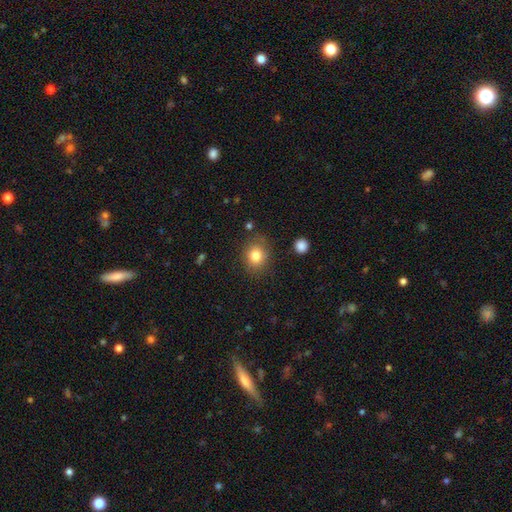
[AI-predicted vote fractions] Morphology: type=smooth (81%); roundness=round (66%); merging=none (81%).